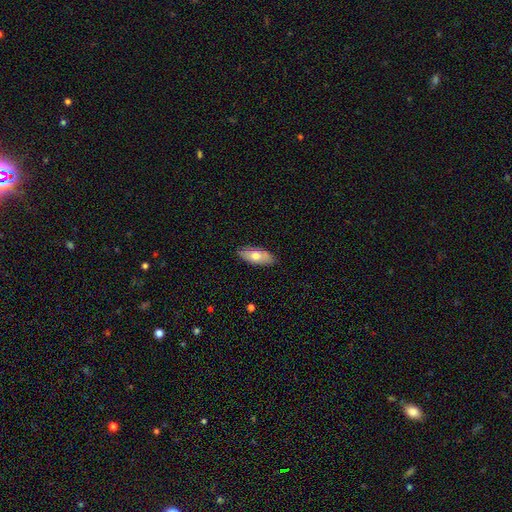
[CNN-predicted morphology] Smooth or featured? smooth (65%)
How rounded? in between (85%)
Merging? none (85%)